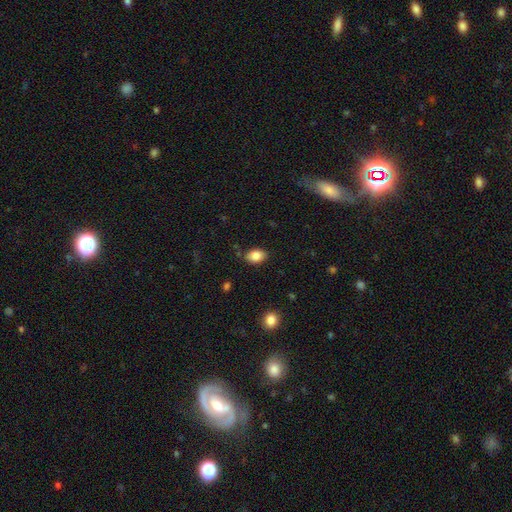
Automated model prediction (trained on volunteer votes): Smooth or featured?
  - smooth: 85% *
  - star or artifact: 8%
  - featured or disk: 6%
How rounded?
  - in between: 83% *
  - round: 16%
  - cigar-shaped: 1%
Merging?
  - none: 82% *
  - minor disturbance: 13%
  - major disturbance: 3%
  - merger: 2%